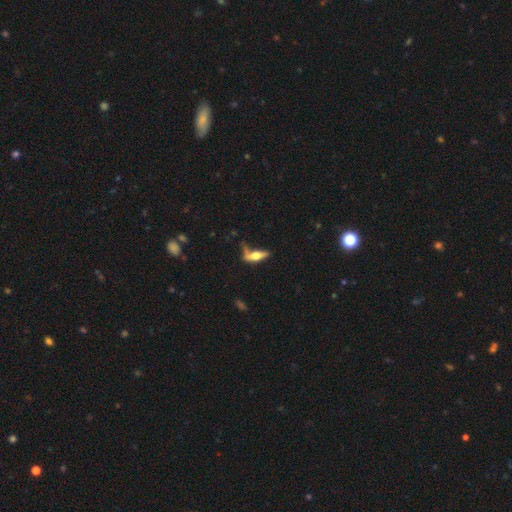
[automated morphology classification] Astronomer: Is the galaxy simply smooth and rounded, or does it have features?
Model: smooth — 48% (runner-up: featured or disk, 44%).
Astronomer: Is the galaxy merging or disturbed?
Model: none — 41% (runner-up: minor disturbance, 26%).